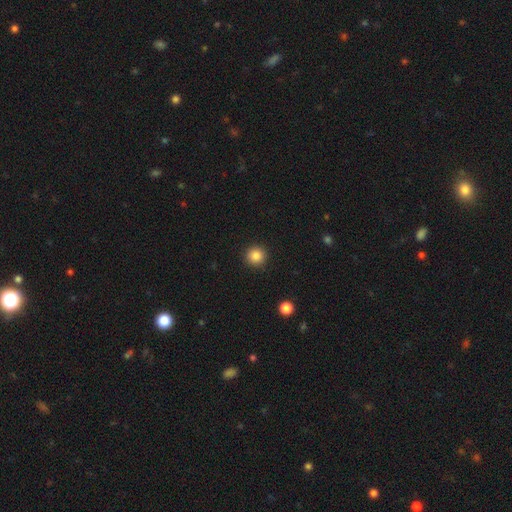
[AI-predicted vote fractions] The model was most divided on "smooth or featured": smooth: 86%, star or artifact: 11%, featured or disk: 4%. More confident: how rounded — round (94%); merging — none (92%).